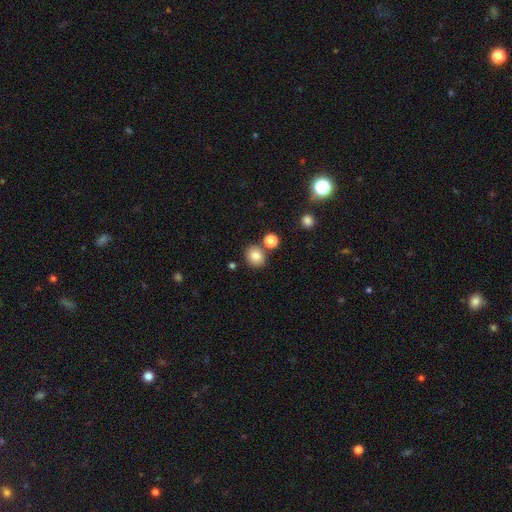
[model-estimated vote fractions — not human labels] The model was most divided on "how rounded": round: 71%, in between: 28%, cigar-shaped: 1%. More confident: smooth or featured — smooth (81%); merging — none (77%).